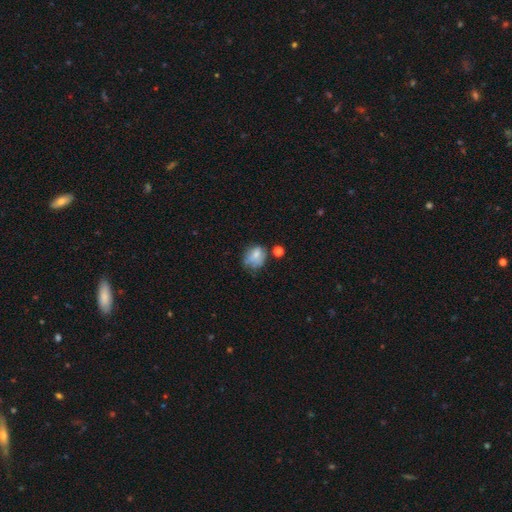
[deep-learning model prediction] Overall: smooth (67%). How rounded: round (57%; in between 42%). Merging: none (43%; minor disturbance 29%).